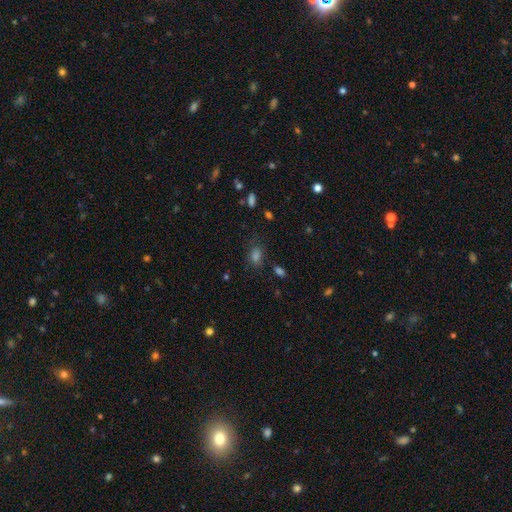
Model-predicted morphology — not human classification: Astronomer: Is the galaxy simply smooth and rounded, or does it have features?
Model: smooth — 64%.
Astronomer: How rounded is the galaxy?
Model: in between — 71%.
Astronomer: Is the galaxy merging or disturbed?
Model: none — 69%.